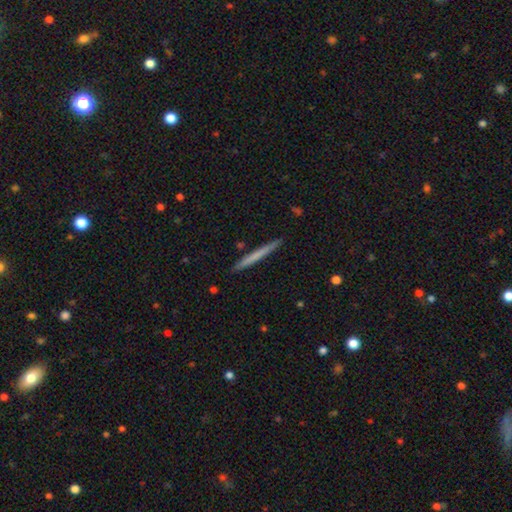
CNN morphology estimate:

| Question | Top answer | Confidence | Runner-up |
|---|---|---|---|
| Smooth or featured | smooth | 61% | featured or disk (33%) |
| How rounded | cigar-shaped | 97% | in between (2%) |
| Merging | none | 91% | minor disturbance (7%) |